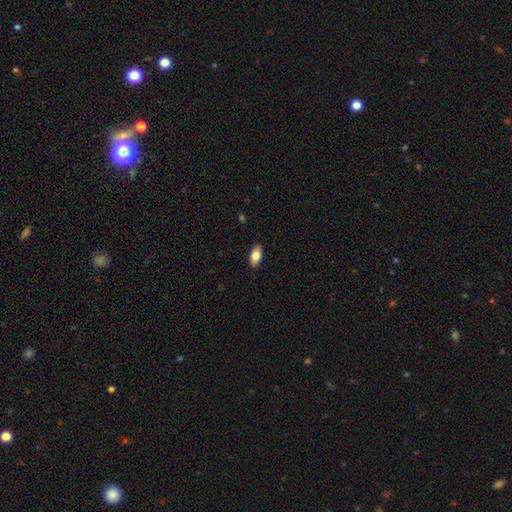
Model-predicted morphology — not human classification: Q: Smooth or featured?
A: smooth (82%); runner-up: featured or disk (12%)
Q: How rounded?
A: in between (92%); runner-up: cigar-shaped (5%)
Q: Merging?
A: none (89%); runner-up: minor disturbance (8%)